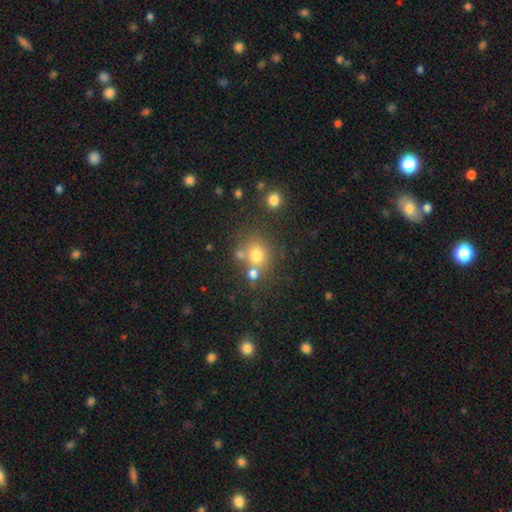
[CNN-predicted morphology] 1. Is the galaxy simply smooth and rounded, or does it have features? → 72% smooth, 17% star or artifact, 11% featured or disk.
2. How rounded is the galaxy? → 80% round, 19% in between, 1% cigar-shaped.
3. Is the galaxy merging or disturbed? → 61% none, 24% merger, 11% minor disturbance, 5% major disturbance.